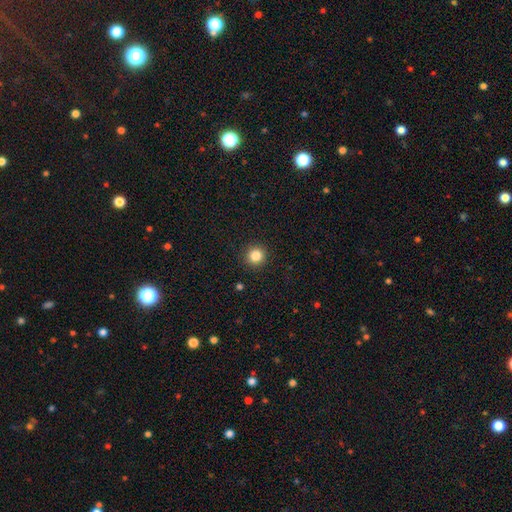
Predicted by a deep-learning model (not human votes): smooth-or-featured: smooth: 84% | star or artifact: 11% | featured or disk: 4%
  how-rounded: round: 95% | in between: 4% | cigar-shaped: 1%
  merging: none: 92% | minor disturbance: 5% | major disturbance: 2% | merger: 1%